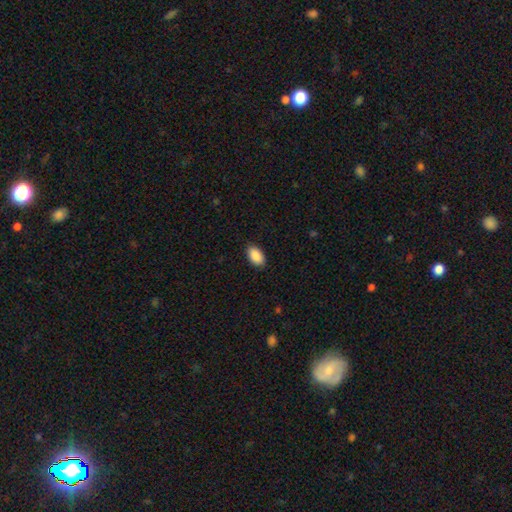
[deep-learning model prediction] Q: Smooth or featured?
A: smooth (91%); runner-up: star or artifact (6%)
Q: How rounded?
A: in between (94%); runner-up: round (4%)
Q: Merging?
A: none (87%); runner-up: minor disturbance (10%)